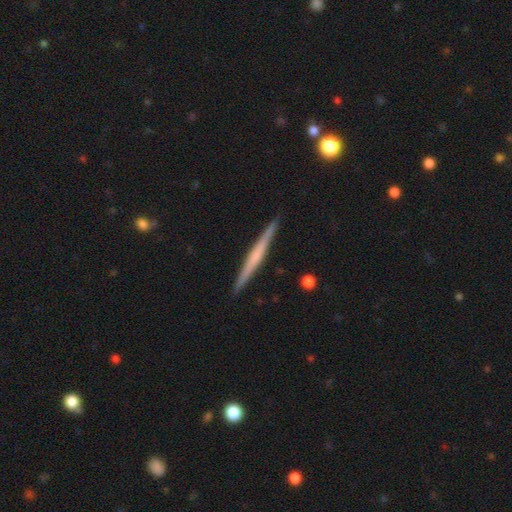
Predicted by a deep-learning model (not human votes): The model was most divided on "smooth or featured": featured or disk: 61%, smooth: 34%, star or artifact: 6%. More confident: edge-on disk — yes (98%); merging — none (92%); edge-on bulge — none (59%).